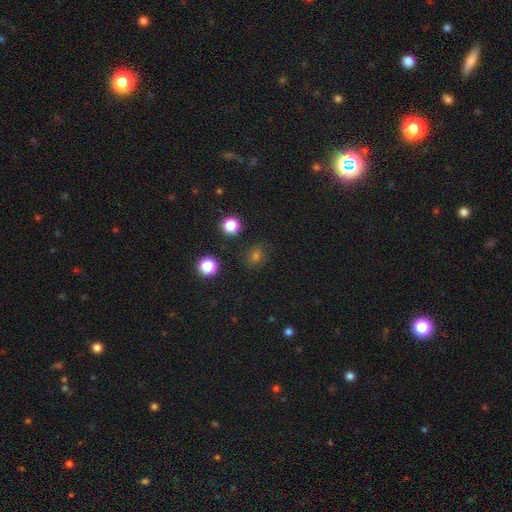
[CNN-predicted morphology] This is likely a smooth galaxy (64%). How rounded: likely round (62%). Merging: clearly none (82%).